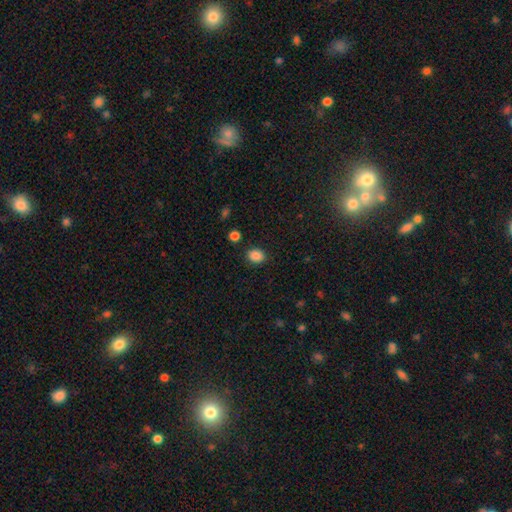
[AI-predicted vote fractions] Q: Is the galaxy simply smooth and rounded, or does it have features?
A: smooth — 86%.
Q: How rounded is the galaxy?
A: in between — 50%.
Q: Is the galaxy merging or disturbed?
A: none — 85%.